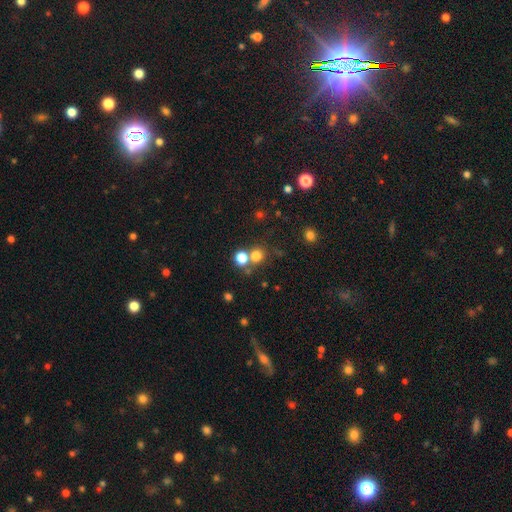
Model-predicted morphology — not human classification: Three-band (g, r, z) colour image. It shows a smooth galaxy with no disk features (74%) that is round (89%). Merging: none (64%).